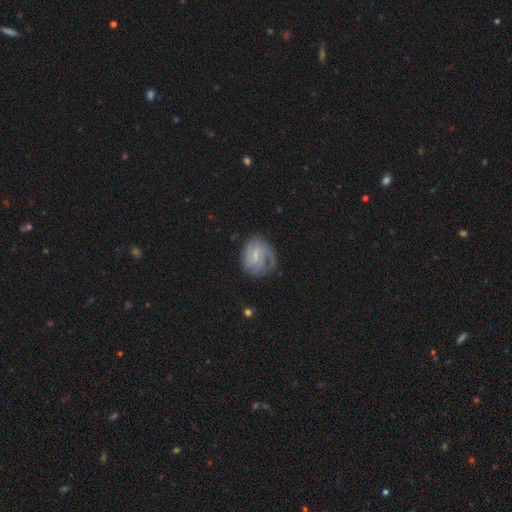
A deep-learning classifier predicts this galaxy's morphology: Overall: featured or disk (72%). Edge-on disk: no (98%). Bar: weak (57%; no 30%). Spiral arms: yes (90%). Spiral arm count: can't tell (35%; 2 29%). Spiral winding: tight (50%; medium 36%). Bulge size: small (60%; moderate 23%). Merging: none (58%; minor disturbance 24%).